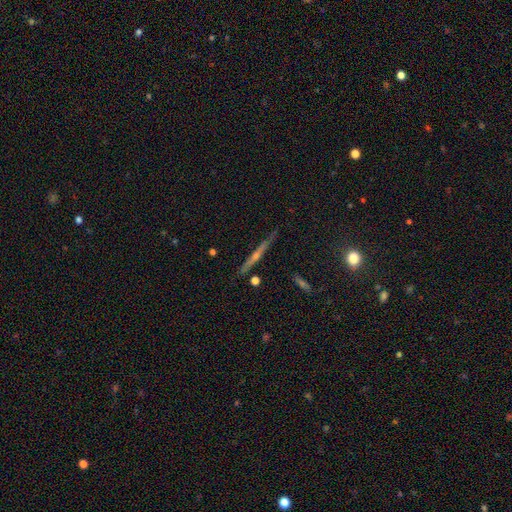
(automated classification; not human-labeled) Smooth or featured: featured or disk — 71% (smooth — 18%)
Edge-on disk: yes — 97% (no — 3%)
Edge-on bulge: rounded — 72% (none — 22%)
Merging: none — 87% (minor disturbance — 9%)